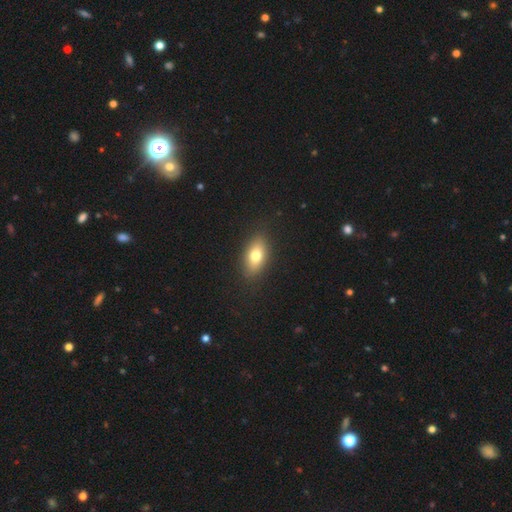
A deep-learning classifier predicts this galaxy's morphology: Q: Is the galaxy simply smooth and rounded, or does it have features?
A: smooth — 75%.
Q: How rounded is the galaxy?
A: in between — 87%.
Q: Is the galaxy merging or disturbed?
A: none — 88%.